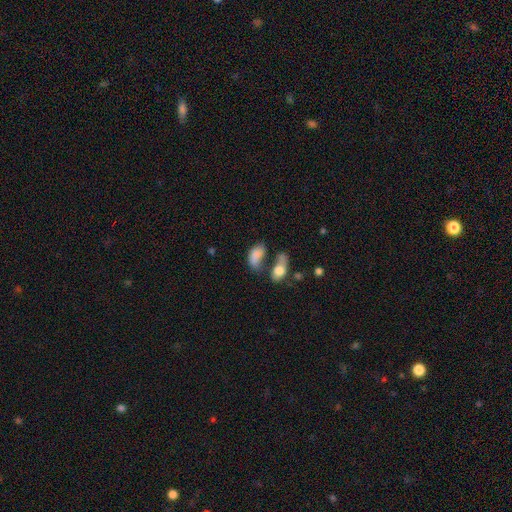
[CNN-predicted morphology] smooth-or-featured: smooth: 78% | featured or disk: 13% | star or artifact: 9%
  how-rounded: in between: 91% | round: 6% | cigar-shaped: 3%
  merging: merger: 43% | none: 24% | major disturbance: 18% | minor disturbance: 16%